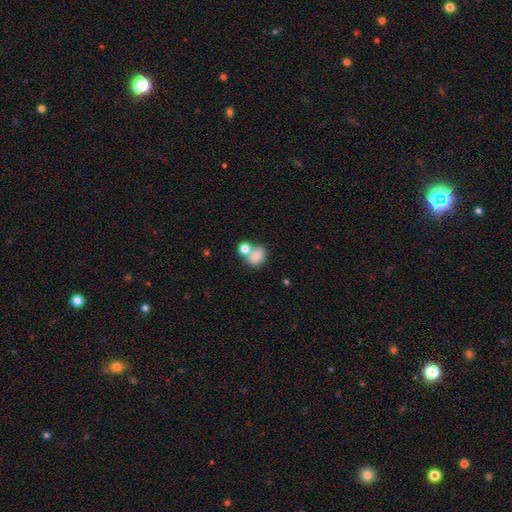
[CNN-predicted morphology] Smooth or featured?
  - smooth: 81% *
  - star or artifact: 10%
  - featured or disk: 9%
How rounded?
  - in between: 54% *
  - round: 45%
  - cigar-shaped: 1%
Merging?
  - none: 44% *
  - merger: 40%
  - minor disturbance: 11%
  - major disturbance: 5%